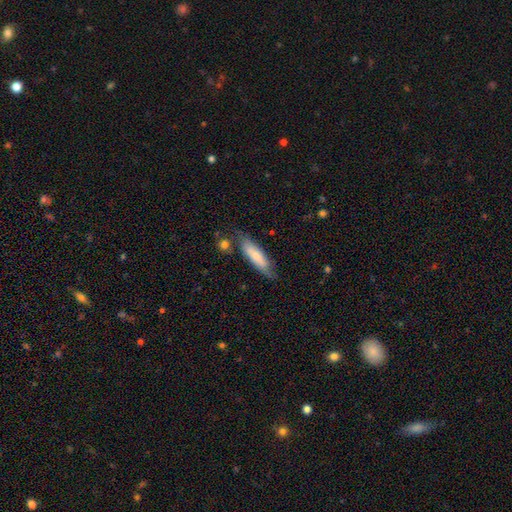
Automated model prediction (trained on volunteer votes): smooth_or_featured: smooth (p=0.70) [alt: featured or disk p=0.24]
how_rounded: cigar-shaped (p=0.63) [alt: in between p=0.35]
merging: none (p=0.69) [alt: minor disturbance p=0.21]